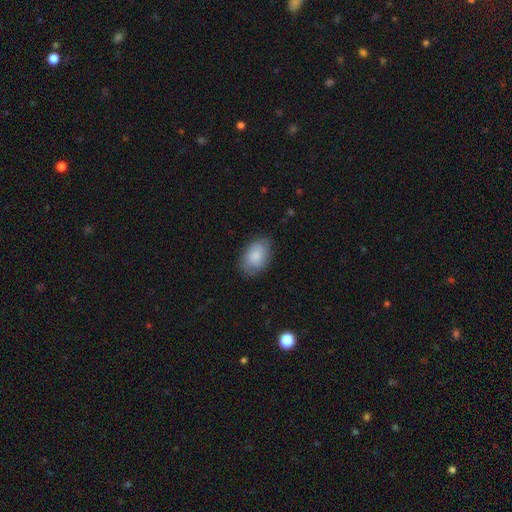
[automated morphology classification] Smooth or featured? smooth (83%)
How rounded? in between (85%)
Merging? none (75%)